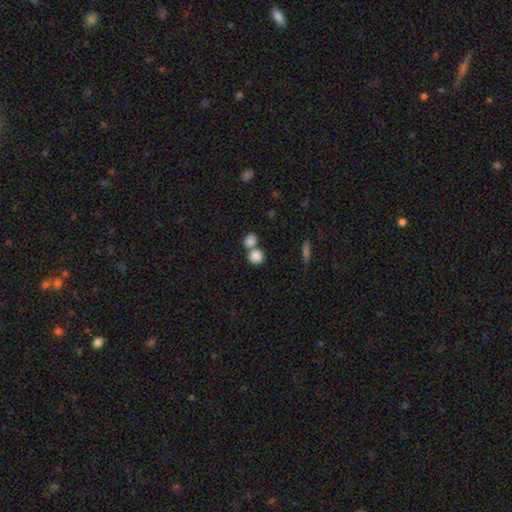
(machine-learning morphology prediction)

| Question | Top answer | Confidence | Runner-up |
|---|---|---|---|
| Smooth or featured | smooth | 85% | star or artifact (9%) |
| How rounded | round | 83% | in between (16%) |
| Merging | none | 47% | merger (43%) |